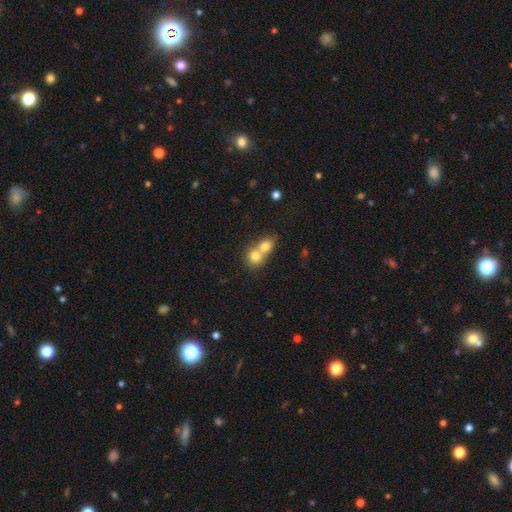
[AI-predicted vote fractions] Q: Smooth or featured?
A: smooth (76%); runner-up: featured or disk (14%)
Q: How rounded?
A: round (75%); runner-up: in between (24%)
Q: Merging?
A: merger (71%); runner-up: none (23%)